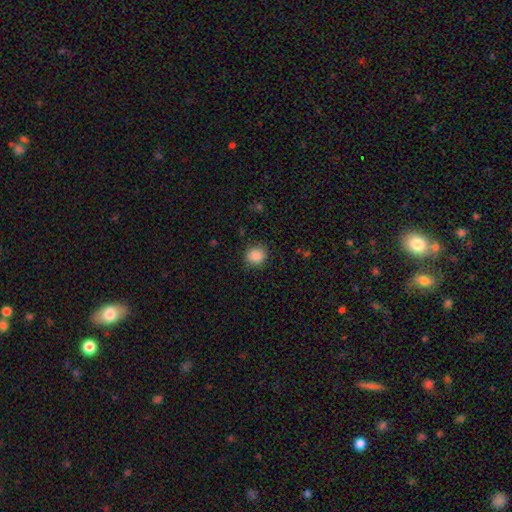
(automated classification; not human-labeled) Smooth or featured: smooth — 87% (star or artifact — 9%)
How rounded: round — 84% (in between — 15%)
Merging: none — 85% (minor disturbance — 11%)